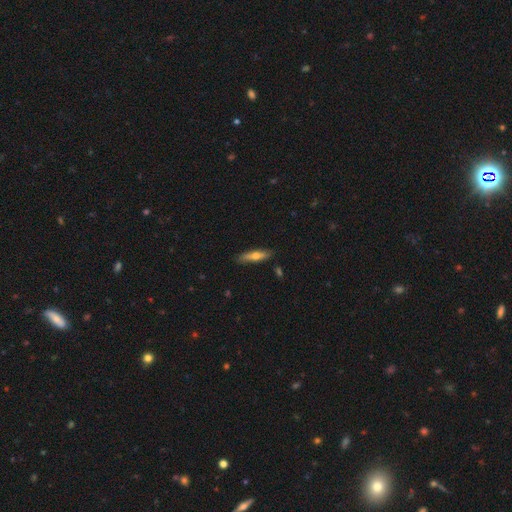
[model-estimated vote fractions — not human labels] A smooth galaxy with no disk features (54%) that is cigar-shaped (76%).

Vote fractions:
- Smooth or featured? smooth: 54% / featured or disk: 40% / star or artifact: 6%
- How rounded? cigar-shaped: 76% / in between: 22% / round: 2%
- Merging? none: 86% / minor disturbance: 11% / major disturbance: 2% / merger: 2%